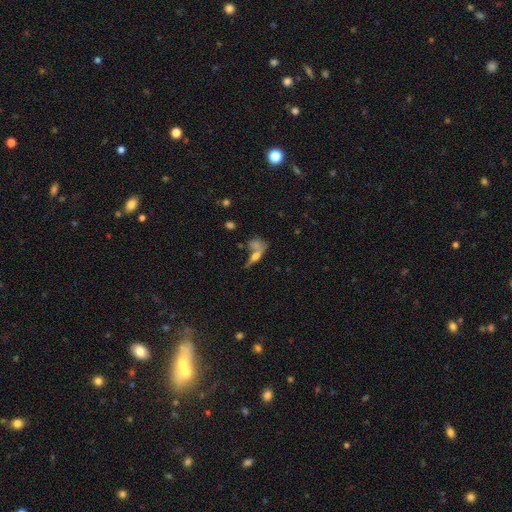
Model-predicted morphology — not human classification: Q: Smooth or featured?
A: smooth (37%); runner-up: featured or disk (35%)
Q: Merging?
A: none (37%); runner-up: merger (36%)